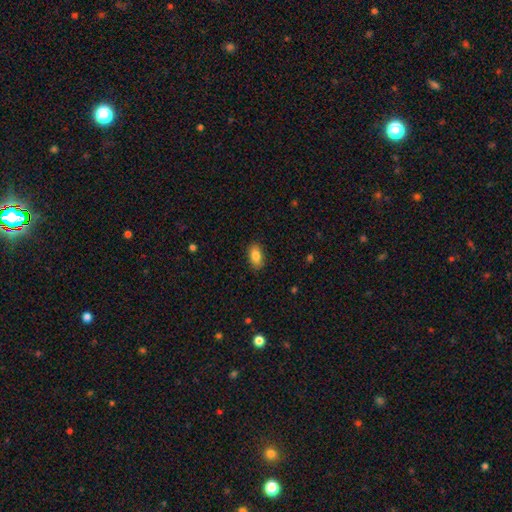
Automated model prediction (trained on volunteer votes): Smooth or featured: smooth — 85% (star or artifact — 8%)
How rounded: in between — 90% (round — 5%)
Merging: none — 88% (minor disturbance — 9%)